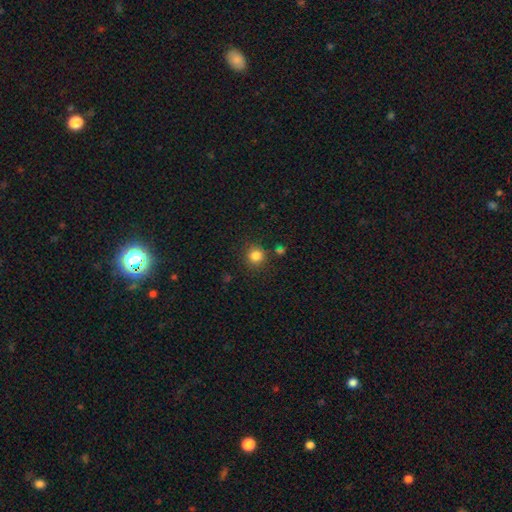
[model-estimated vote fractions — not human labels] Overall: smooth (83%). How rounded: round (93%). Merging: none (86%).